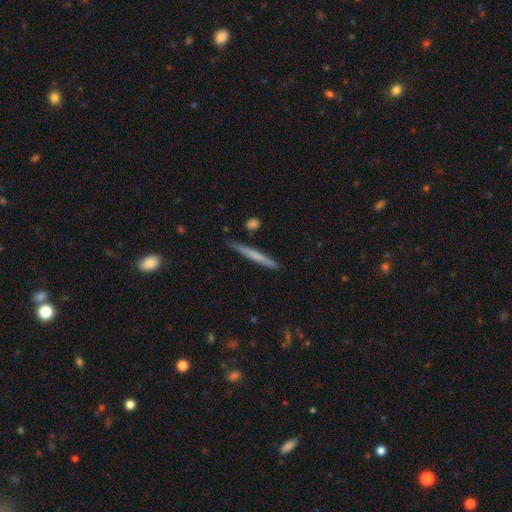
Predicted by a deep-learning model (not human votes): Smooth or featured? Predicted: smooth (p=0.56). How rounded? Predicted: cigar-shaped (p=0.96). Merging? Predicted: none (p=0.85).